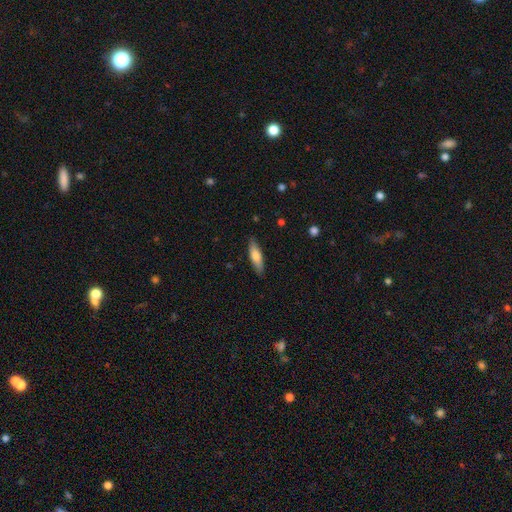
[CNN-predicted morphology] Smooth or featured? Predicted: smooth (p=0.73). How rounded? Predicted: cigar-shaped (p=0.55). Merging? Predicted: none (p=0.86).